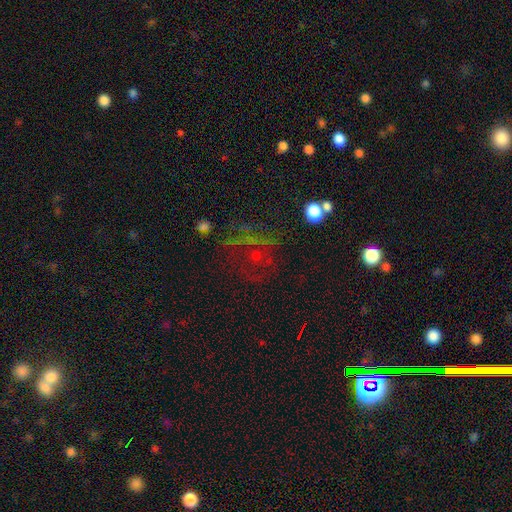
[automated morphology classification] star or artifact 53%, smooth 26%, featured or disk 21%.